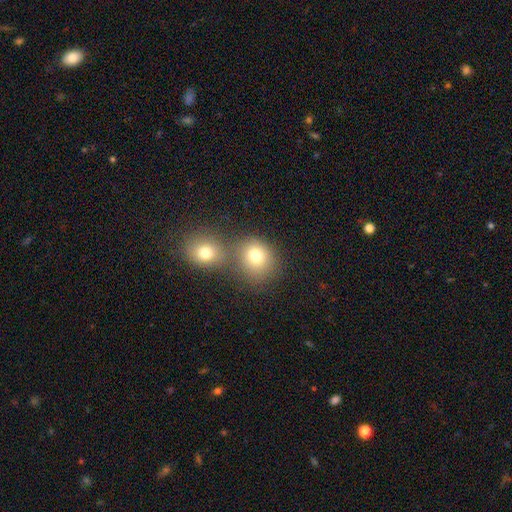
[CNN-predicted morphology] Overall: smooth (77%). How rounded: round (76%). Merging: none (49%; merger 39%).